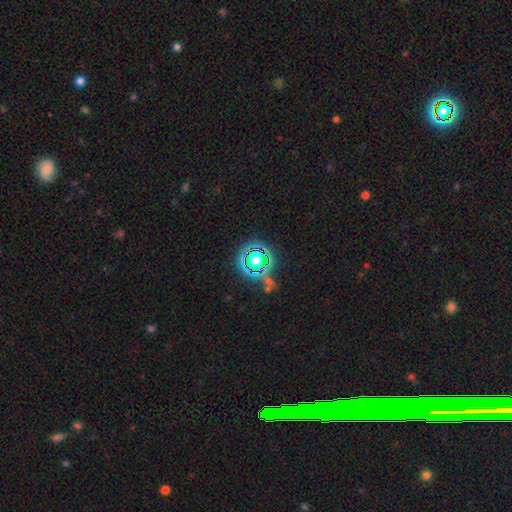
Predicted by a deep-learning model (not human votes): A star or artifact, not a galaxy (77%).